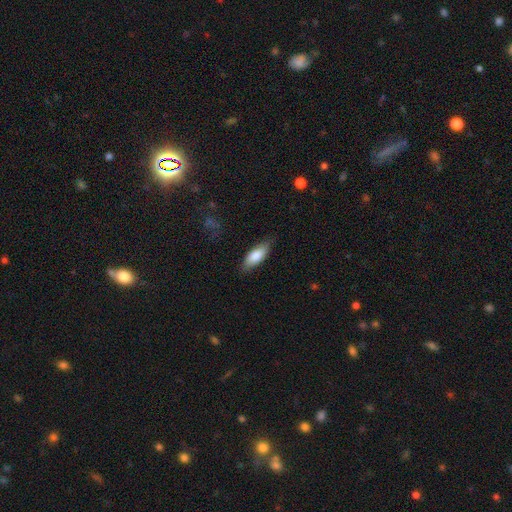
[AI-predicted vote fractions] Morphology: type=smooth (81%); roundness=in between (75%); merging=none (80%).